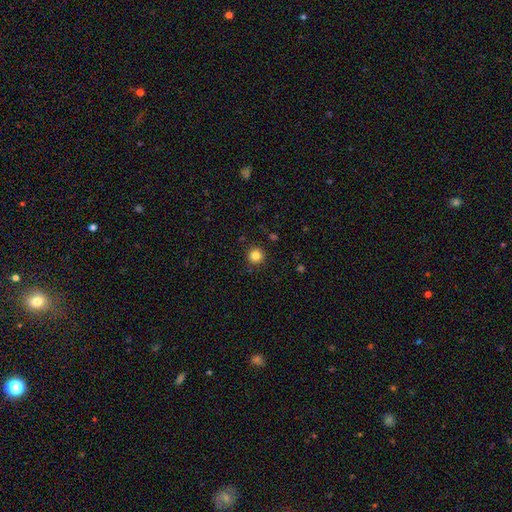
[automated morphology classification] smooth-or-featured: smooth: 83% | star or artifact: 12% | featured or disk: 5%
  how-rounded: round: 95% | in between: 4% | cigar-shaped: 1%
  merging: none: 91% | minor disturbance: 6% | major disturbance: 2% | merger: 1%